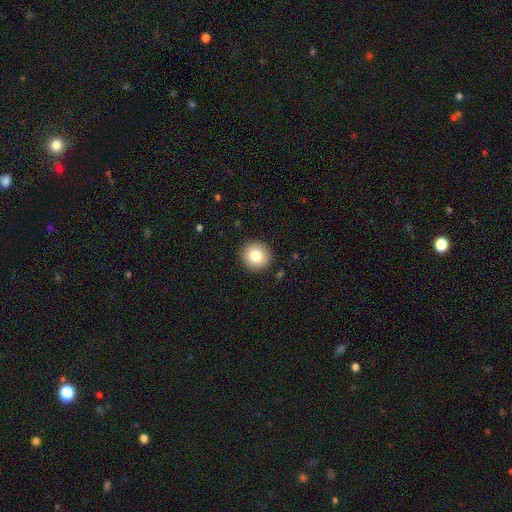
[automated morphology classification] smooth_or_featured: smooth (p=0.81) [alt: featured or disk p=0.10]
how_rounded: round (p=0.94) [alt: in between p=0.05]
merging: none (p=0.92) [alt: minor disturbance p=0.05]